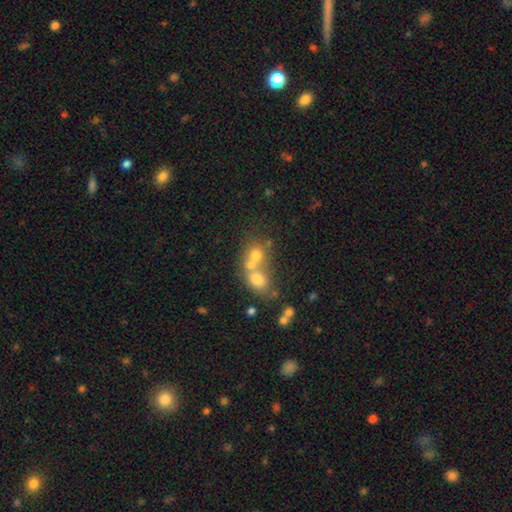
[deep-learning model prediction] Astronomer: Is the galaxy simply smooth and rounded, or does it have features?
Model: smooth — 67%.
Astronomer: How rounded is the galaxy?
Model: round — 66%.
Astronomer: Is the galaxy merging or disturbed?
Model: merger — 59%.